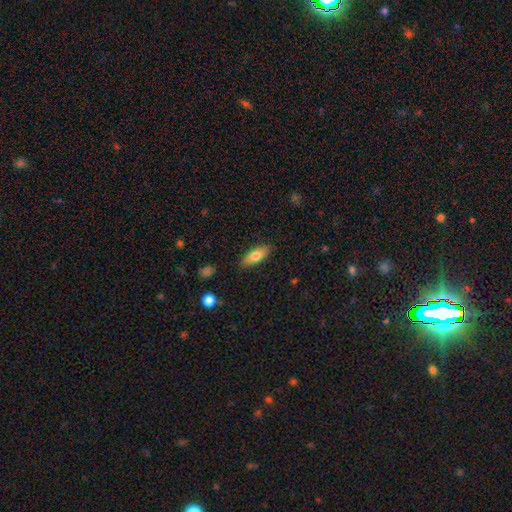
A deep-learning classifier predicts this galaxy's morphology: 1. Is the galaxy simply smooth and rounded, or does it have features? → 75% smooth, 18% featured or disk, 7% star or artifact.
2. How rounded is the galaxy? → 74% in between, 24% cigar-shaped, 3% round.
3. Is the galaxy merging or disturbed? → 87% none, 10% minor disturbance, 2% major disturbance, 1% merger.